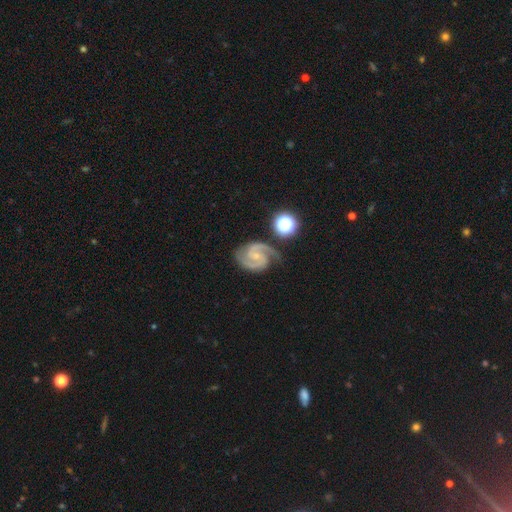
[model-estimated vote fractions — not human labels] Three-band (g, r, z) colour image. It shows a featured or disk galaxy (91%) with no bar (49%), 2 (90%) medium (58%) spiral arms (99%) and a small central bulge (66%). Merging: none (73%).